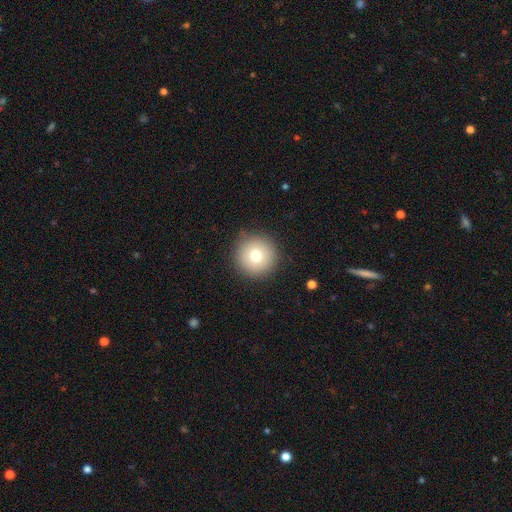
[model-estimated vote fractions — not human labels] A smooth galaxy with no disk features (75%) that is round (96%). Merging: none (87%).